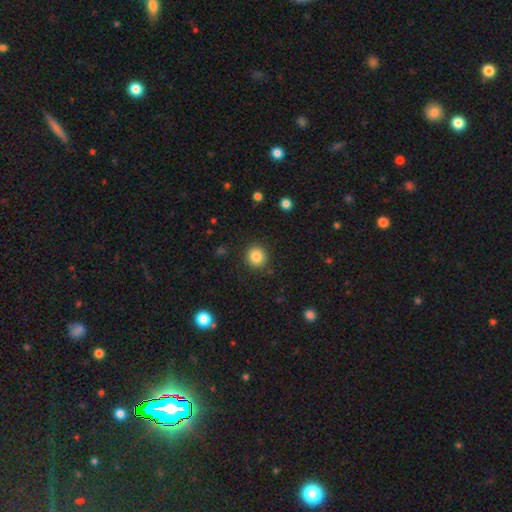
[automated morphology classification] This appears to be a smooth galaxy with no disk features (85%) that is round (91%). Merging: none (89%).